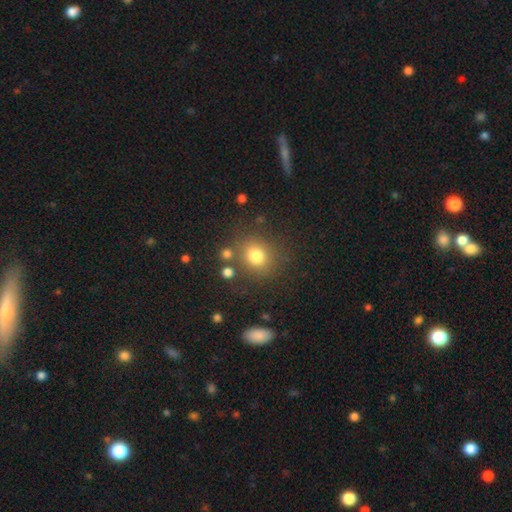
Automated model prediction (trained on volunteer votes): This is likely a smooth galaxy (78%). How rounded: clearly round (81%). Merging: likely none (78%).